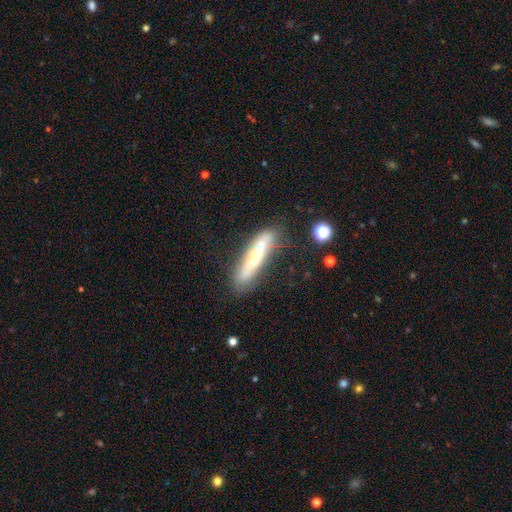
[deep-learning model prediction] Q: Smooth or featured?
A: smooth (53%); runner-up: featured or disk (39%)
Q: How rounded?
A: cigar-shaped (88%); runner-up: in between (11%)
Q: Merging?
A: none (72%); runner-up: minor disturbance (19%)